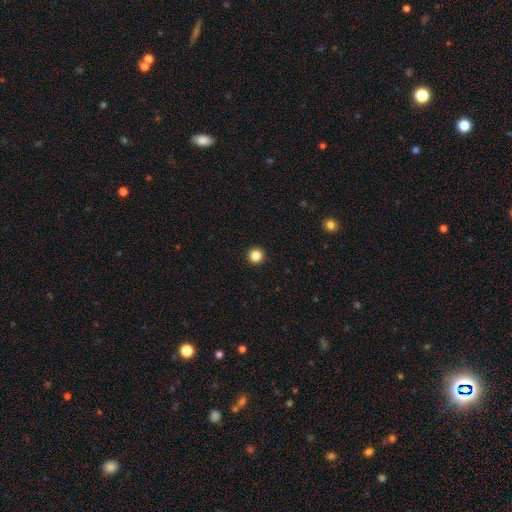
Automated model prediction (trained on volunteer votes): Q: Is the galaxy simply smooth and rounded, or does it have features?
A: smooth — 86%.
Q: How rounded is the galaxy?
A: round — 96%.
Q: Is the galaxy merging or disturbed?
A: none — 94%.